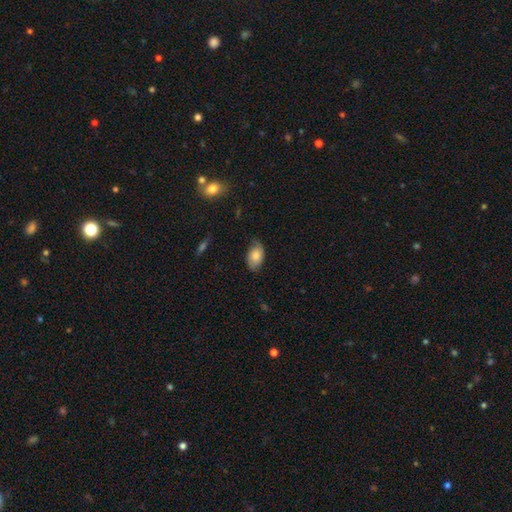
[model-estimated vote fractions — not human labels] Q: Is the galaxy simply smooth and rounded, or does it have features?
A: smooth — 75%.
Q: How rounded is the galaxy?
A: in between — 91%.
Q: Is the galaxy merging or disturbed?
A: none — 69%.